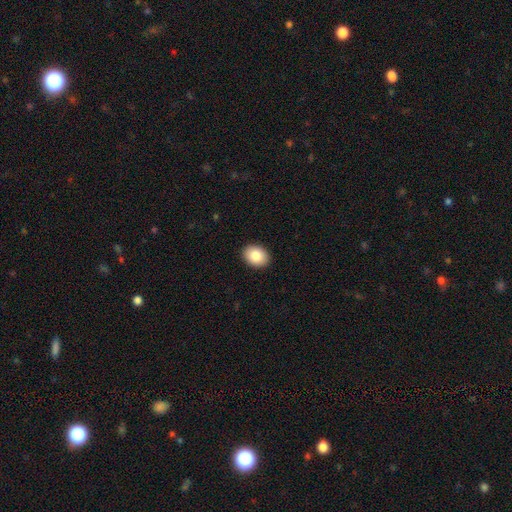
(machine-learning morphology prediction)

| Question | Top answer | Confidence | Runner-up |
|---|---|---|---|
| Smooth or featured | smooth | 86% | star or artifact (8%) |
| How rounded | in between | 66% | round (33%) |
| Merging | none | 91% | minor disturbance (6%) |